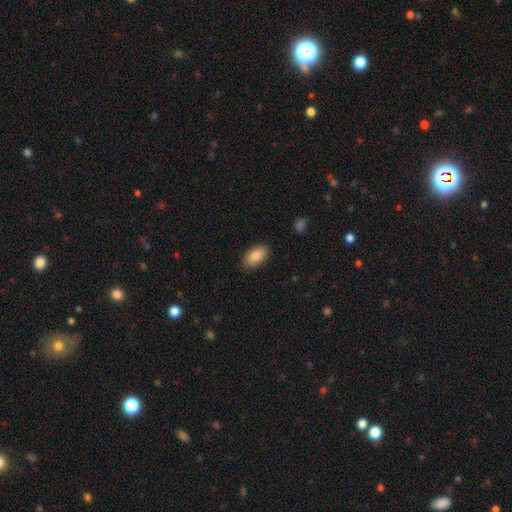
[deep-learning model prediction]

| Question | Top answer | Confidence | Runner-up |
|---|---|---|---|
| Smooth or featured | smooth | 86% | featured or disk (7%) |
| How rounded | in between | 93% | round (5%) |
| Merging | none | 87% | minor disturbance (9%) |